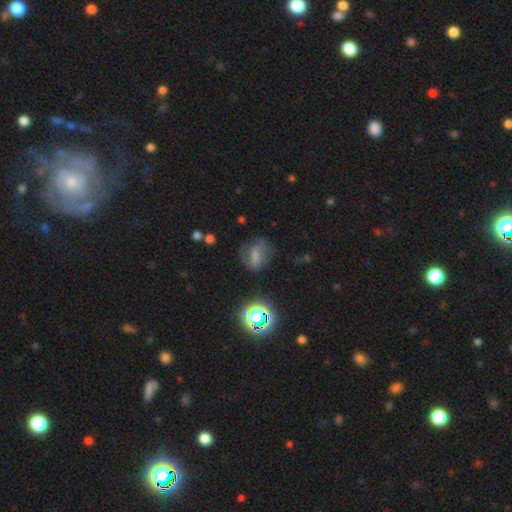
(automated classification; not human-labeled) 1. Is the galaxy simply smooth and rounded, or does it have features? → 47% smooth, 33% featured or disk, 20% star or artifact.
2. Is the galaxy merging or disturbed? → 55% none, 23% minor disturbance, 19% major disturbance, 3% merger.